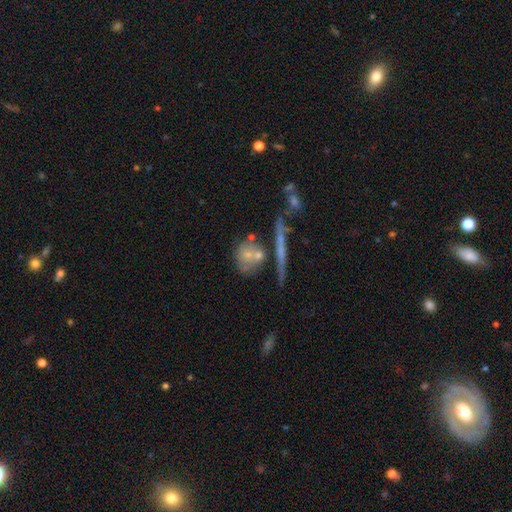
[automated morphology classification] Smooth or featured? featured or disk (46%)
Merging? none (52%)